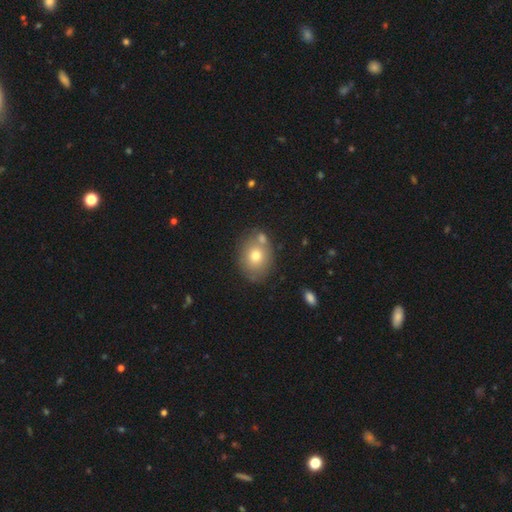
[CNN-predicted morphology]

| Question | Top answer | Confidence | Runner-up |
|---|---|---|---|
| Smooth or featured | smooth | 72% | featured or disk (18%) |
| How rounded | round | 55% | in between (44%) |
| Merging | none | 62% | merger (20%) |